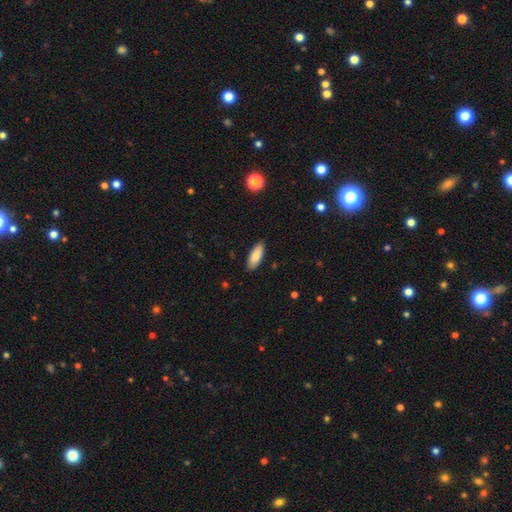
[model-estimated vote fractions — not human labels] Smooth or featured: smooth — 85% (featured or disk — 9%)
How rounded: in between — 75% (cigar-shaped — 23%)
Merging: none — 88% (minor disturbance — 9%)